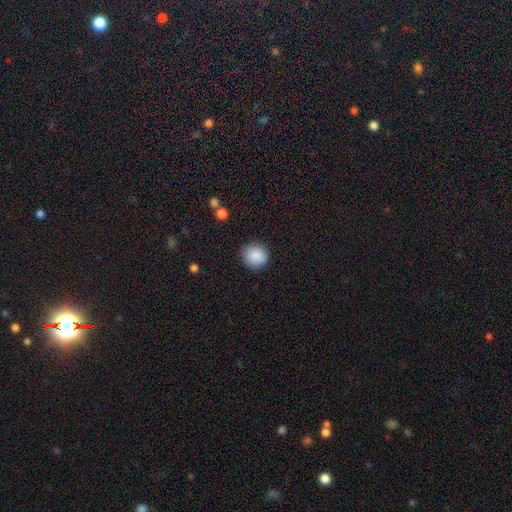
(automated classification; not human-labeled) smooth_or_featured: smooth (p=0.89) [alt: star or artifact p=0.08]
how_rounded: round (p=0.87) [alt: in between p=0.12]
merging: none (p=0.87) [alt: minor disturbance p=0.10]